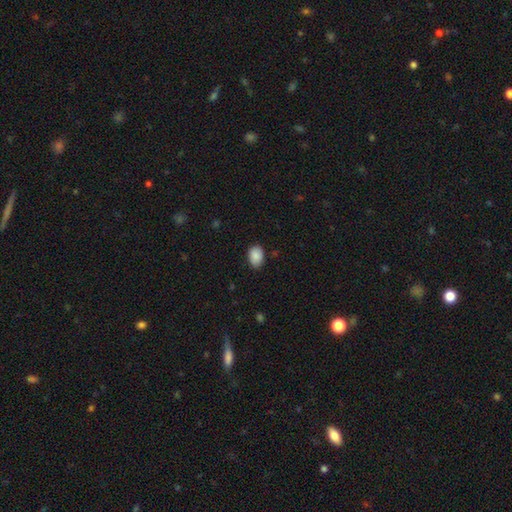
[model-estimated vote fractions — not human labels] The model was most divided on "how rounded": in between: 80%, round: 19%, cigar-shaped: 1%. More confident: smooth or featured — smooth (89%); merging — none (82%).